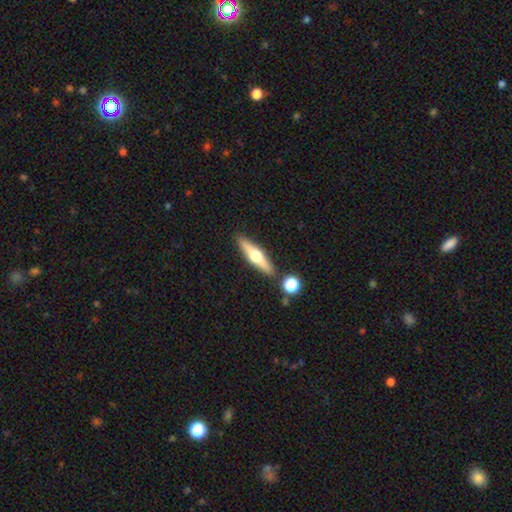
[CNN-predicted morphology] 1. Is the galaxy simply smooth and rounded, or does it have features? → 55% featured or disk, 39% smooth, 6% star or artifact.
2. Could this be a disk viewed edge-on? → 94% yes, 6% no.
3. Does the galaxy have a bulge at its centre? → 94% rounded, 3% none, 3% boxy.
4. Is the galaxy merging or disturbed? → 85% none, 8% minor disturbance, 5% merger, 2% major disturbance.